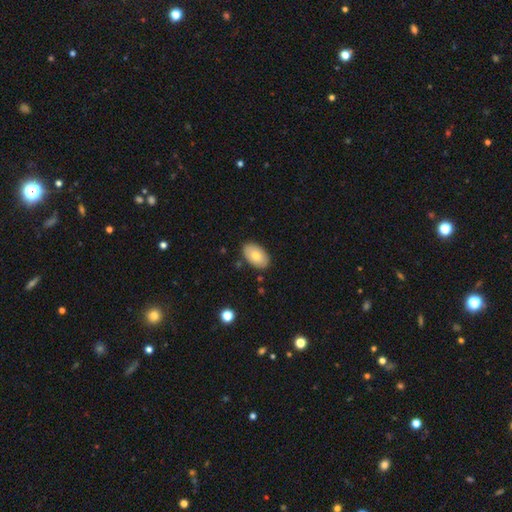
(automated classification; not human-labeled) smooth 76%, featured or disk 18%, star or artifact 6%. Down the decision tree: how rounded — in between (94%); merging — none (85%).